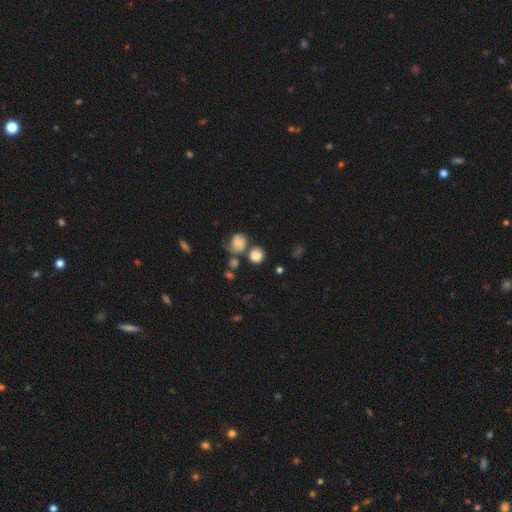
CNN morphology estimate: Smooth or featured?
  - smooth: 78% *
  - featured or disk: 11%
  - star or artifact: 11%
How rounded?
  - round: 84% *
  - in between: 15%
  - cigar-shaped: 1%
Merging?
  - none: 62% *
  - merger: 19%
  - minor disturbance: 13%
  - major disturbance: 6%